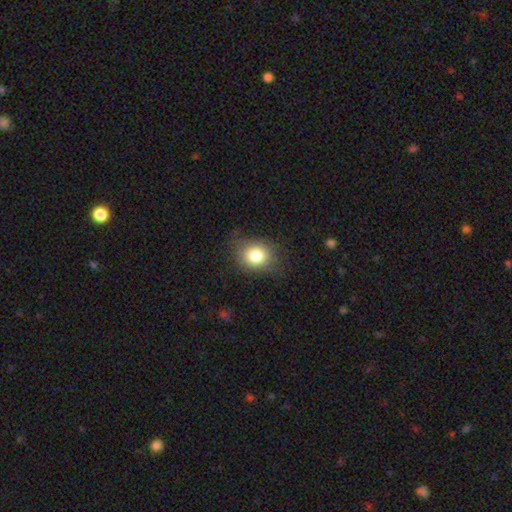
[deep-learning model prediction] Smooth or featured?
  - smooth: 80% *
  - star or artifact: 11%
  - featured or disk: 9%
How rounded?
  - round: 63% *
  - in between: 36%
  - cigar-shaped: 1%
Merging?
  - none: 76% *
  - minor disturbance: 18%
  - major disturbance: 5%
  - merger: 1%